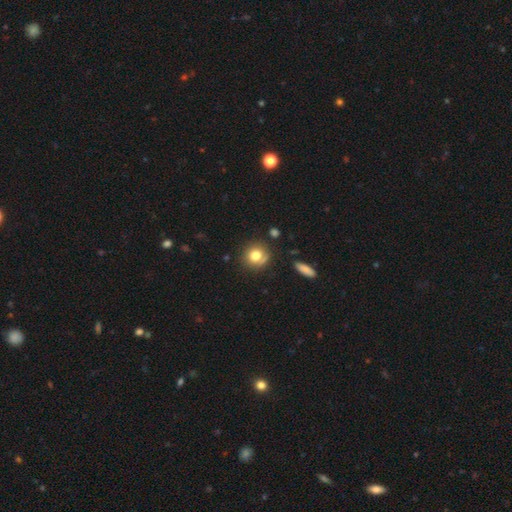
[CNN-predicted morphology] Smooth or featured?
  - smooth: 77% *
  - featured or disk: 12%
  - star or artifact: 11%
How rounded?
  - round: 89% *
  - in between: 10%
  - cigar-shaped: 1%
Merging?
  - none: 77% *
  - minor disturbance: 14%
  - merger: 5%
  - major disturbance: 4%